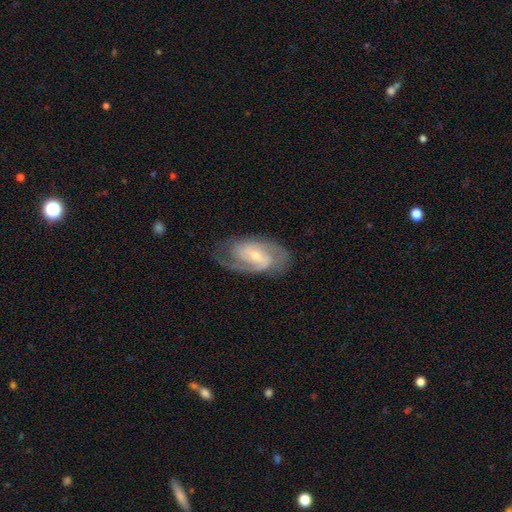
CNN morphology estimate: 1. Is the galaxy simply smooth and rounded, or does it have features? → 86% featured or disk, 10% smooth, 5% star or artifact.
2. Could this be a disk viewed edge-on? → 96% no, 4% yes.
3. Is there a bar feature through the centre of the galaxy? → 49% weak, 31% no, 20% strong.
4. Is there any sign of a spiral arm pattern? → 96% yes, 4% no.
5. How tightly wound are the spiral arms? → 46% medium, 43% tight, 11% loose.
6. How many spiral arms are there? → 76% 2, 10% can't tell, 8% 3, 4% 1, 2% 4, 2% more than 4.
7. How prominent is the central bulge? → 55% small, 40% moderate, 2% large, 2% none, 1% dominant.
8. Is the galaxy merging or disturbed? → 74% none, 17% minor disturbance, 7% major disturbance, 1% merger.